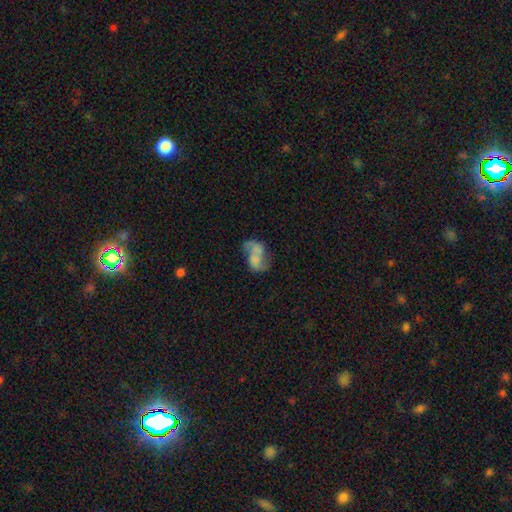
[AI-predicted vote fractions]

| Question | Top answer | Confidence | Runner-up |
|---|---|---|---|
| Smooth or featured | featured or disk | 57% | smooth (33%) |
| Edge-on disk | no | 97% | yes (3%) |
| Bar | no | 72% | weak (22%) |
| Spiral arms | yes | 67% | no (33%) |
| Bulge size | none | 62% | small (16%) |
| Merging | none | 35% | major disturbance (24%) |